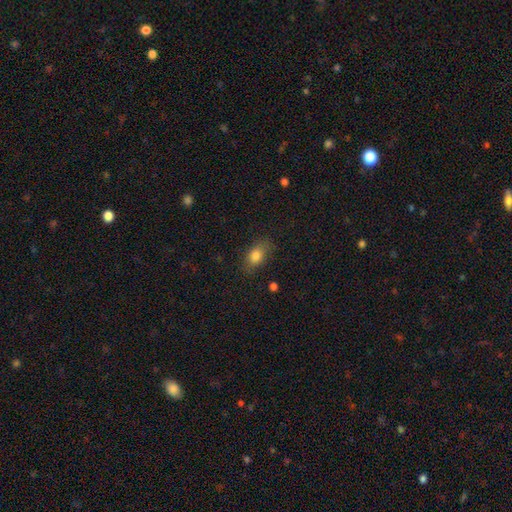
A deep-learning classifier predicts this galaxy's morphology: A smooth galaxy with no disk features (81%) that is in between round and cigar-shaped (81%). Merging: none (79%).